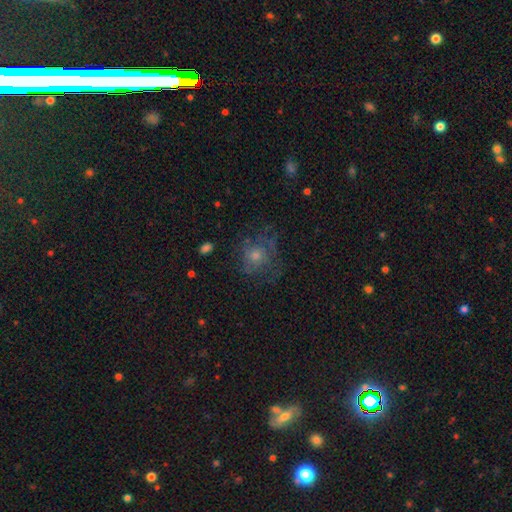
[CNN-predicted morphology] Smooth or featured? Predicted: smooth (p=0.46). Merging? Predicted: none (p=0.63).